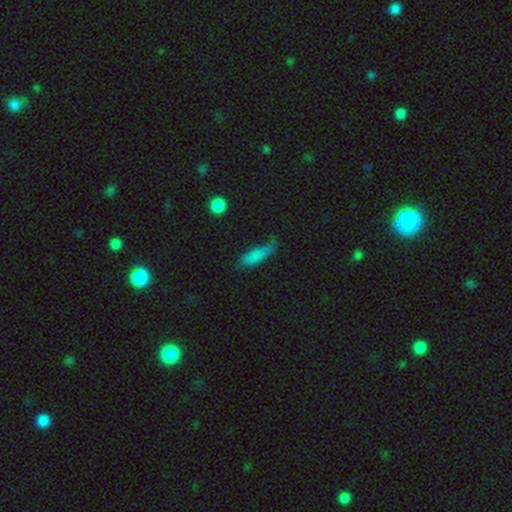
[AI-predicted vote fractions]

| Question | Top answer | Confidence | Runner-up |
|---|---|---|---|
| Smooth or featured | smooth | 77% | featured or disk (15%) |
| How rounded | cigar-shaped | 52% | in between (45%) |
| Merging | none | 47% | minor disturbance (33%) |